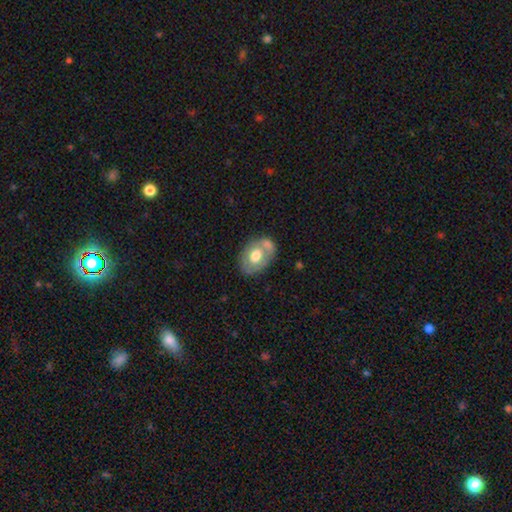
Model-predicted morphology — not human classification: smooth 55%, featured or disk 39%, star or artifact 6%. Down the decision tree: how rounded — in between (75%); merging — none (51%).